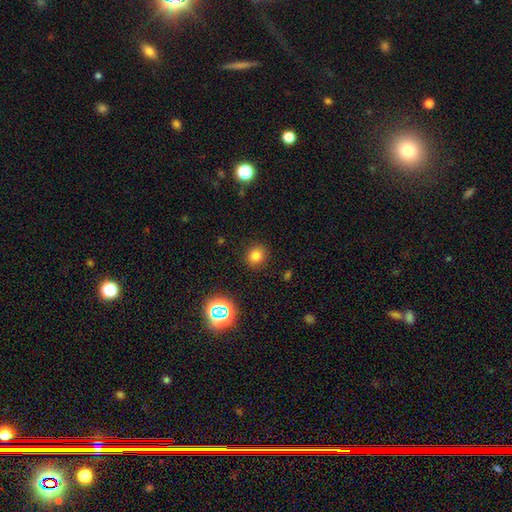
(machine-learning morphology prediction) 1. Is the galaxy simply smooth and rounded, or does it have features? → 78% smooth, 16% star or artifact, 6% featured or disk.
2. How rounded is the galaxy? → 83% round, 16% in between, 1% cigar-shaped.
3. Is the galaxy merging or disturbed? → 89% none, 7% minor disturbance, 3% major disturbance, 1% merger.